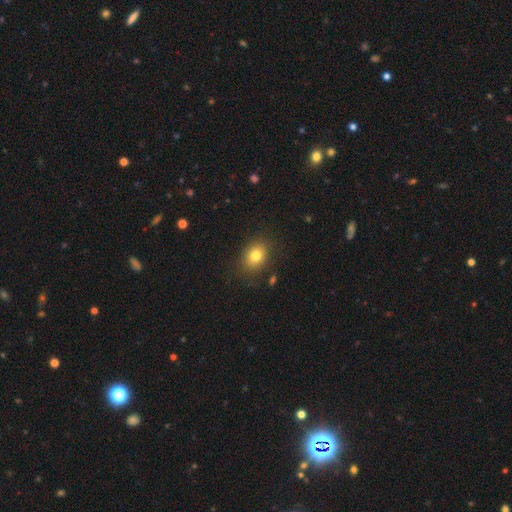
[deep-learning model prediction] Smooth or featured? smooth (80%)
How rounded? in between (63%)
Merging? none (82%)